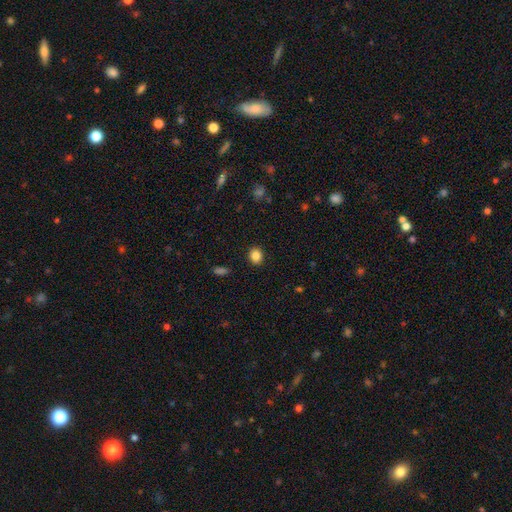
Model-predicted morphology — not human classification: Smooth or featured? Predicted: smooth (p=0.86). How rounded? Predicted: round (p=0.65). Merging? Predicted: none (p=0.90).